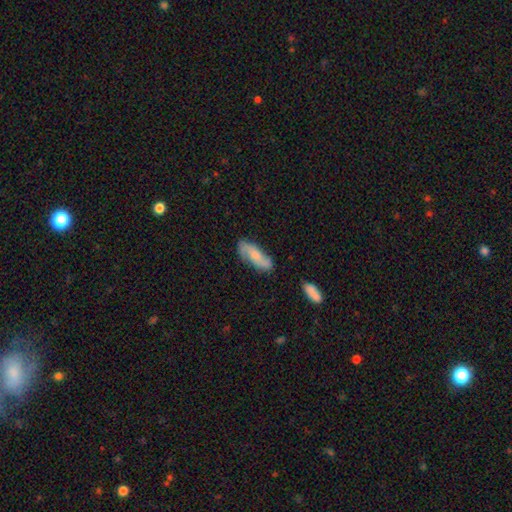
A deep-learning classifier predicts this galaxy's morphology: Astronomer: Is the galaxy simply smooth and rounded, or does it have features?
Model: smooth — 48% (runner-up: featured or disk, 45%).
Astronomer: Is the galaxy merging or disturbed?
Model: none — 73%.